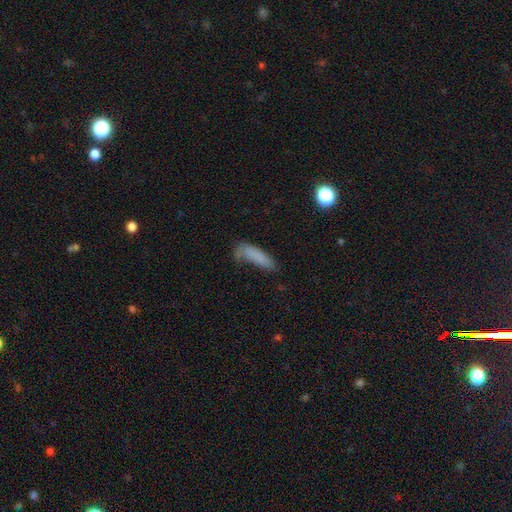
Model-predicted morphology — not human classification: smooth-or-featured: smooth: 78% | featured or disk: 12% | star or artifact: 9%
  how-rounded: cigar-shaped: 60% | in between: 38% | round: 2%
  merging: none: 51% | minor disturbance: 28% | major disturbance: 15% | merger: 6%